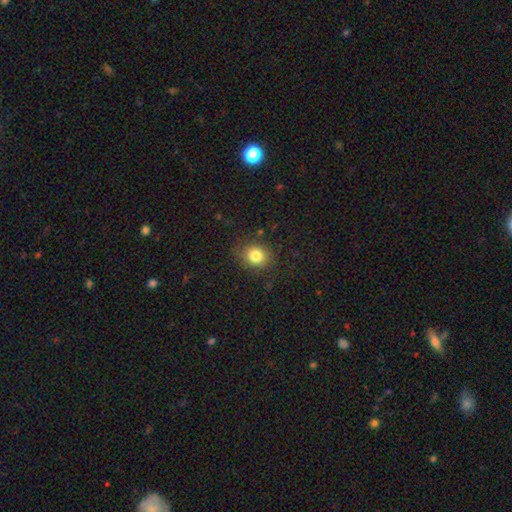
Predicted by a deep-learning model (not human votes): smooth_or_featured: smooth (p=0.81) [alt: star or artifact p=0.12]
how_rounded: round (p=0.65) [alt: in between p=0.34]
merging: none (p=0.82) [alt: minor disturbance p=0.12]